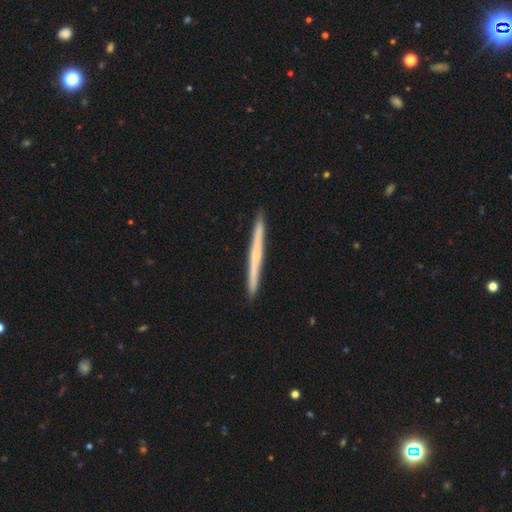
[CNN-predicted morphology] A featured or disk galaxy (58%) viewed edge-on (98%) with no central bulge (65%). Merging: none (93%).